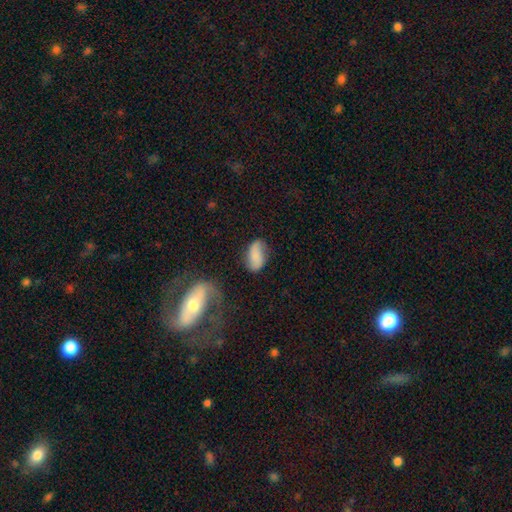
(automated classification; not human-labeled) Morphology: type=smooth (70%); roundness=in between (92%); merging=none (61%).